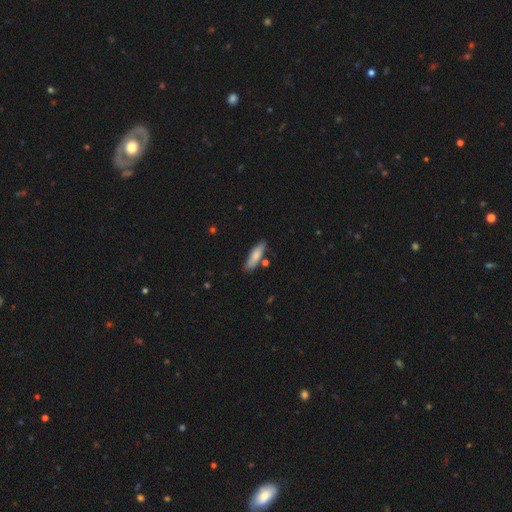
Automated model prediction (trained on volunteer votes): smooth 78%, featured or disk 16%, star or artifact 6%. Down the decision tree: how rounded — cigar-shaped (62%); merging — none (79%).